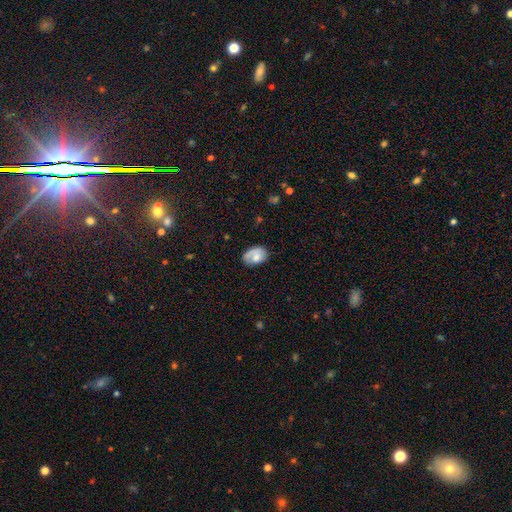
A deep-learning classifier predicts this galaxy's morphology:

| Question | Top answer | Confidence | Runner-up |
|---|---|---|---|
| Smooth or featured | smooth | 62% | featured or disk (31%) |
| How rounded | in between | 81% | round (18%) |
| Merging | none | 50% | minor disturbance (29%) |